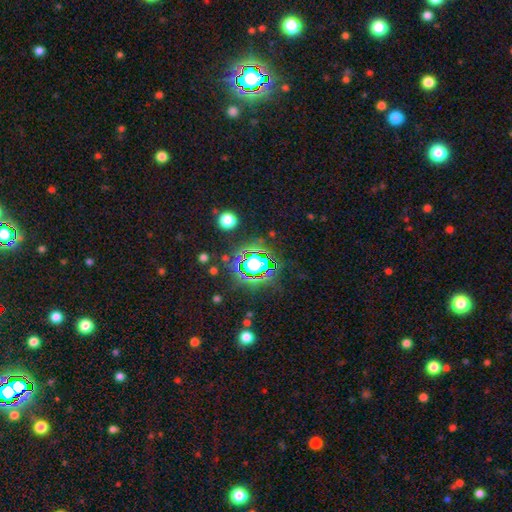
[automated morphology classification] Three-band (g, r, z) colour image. It shows a star or artifact, not a galaxy (82%).